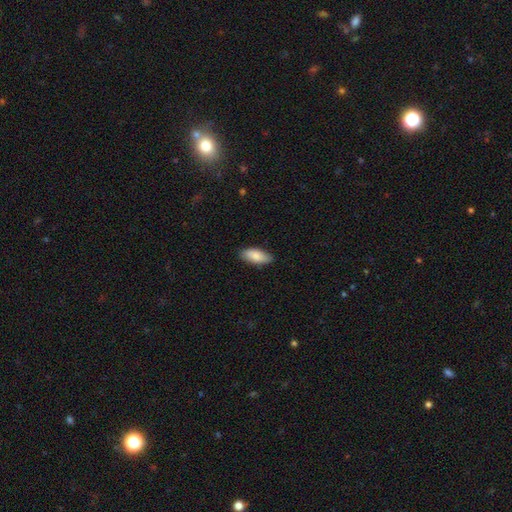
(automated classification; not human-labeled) Morphology: type=smooth (84%); roundness=in between (86%); merging=none (84%).